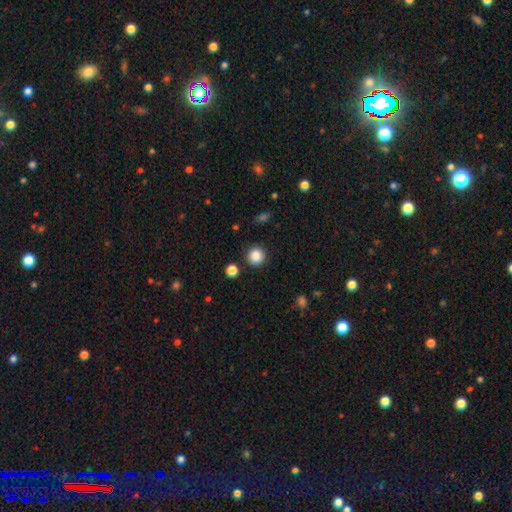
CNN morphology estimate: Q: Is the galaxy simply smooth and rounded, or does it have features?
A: smooth — 86%.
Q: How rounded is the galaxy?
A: round — 91%.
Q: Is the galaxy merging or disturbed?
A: none — 89%.